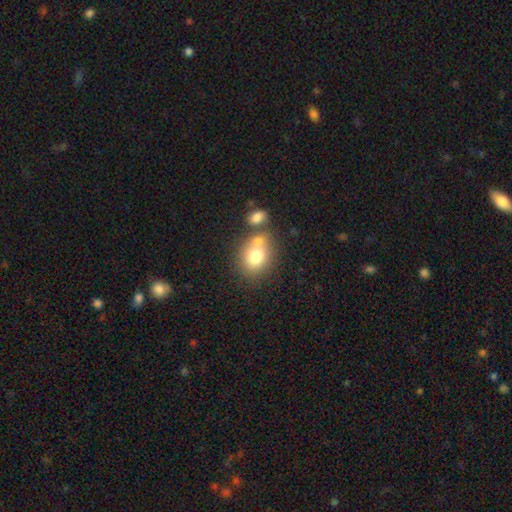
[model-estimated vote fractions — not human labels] smooth_or_featured: smooth (p=0.75) [alt: featured or disk p=0.15]
how_rounded: round (p=0.51) [alt: in between p=0.48]
merging: none (p=0.47) [alt: merger p=0.36]